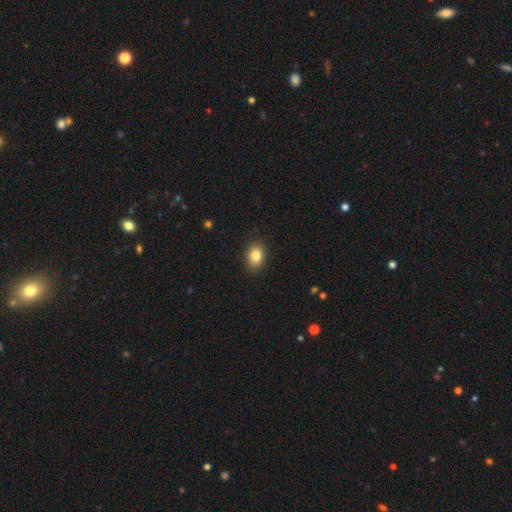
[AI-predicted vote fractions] Smooth or featured: smooth — 84% (star or artifact — 9%)
How rounded: in between — 67% (round — 32%)
Merging: none — 88% (minor disturbance — 8%)